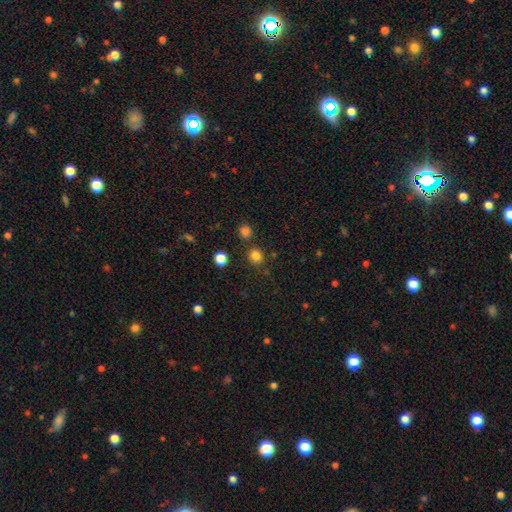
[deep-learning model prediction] The model was most divided on "how rounded": round: 81%, in between: 18%, cigar-shaped: 1%. More confident: merging — none (82%); smooth or featured — smooth (81%).